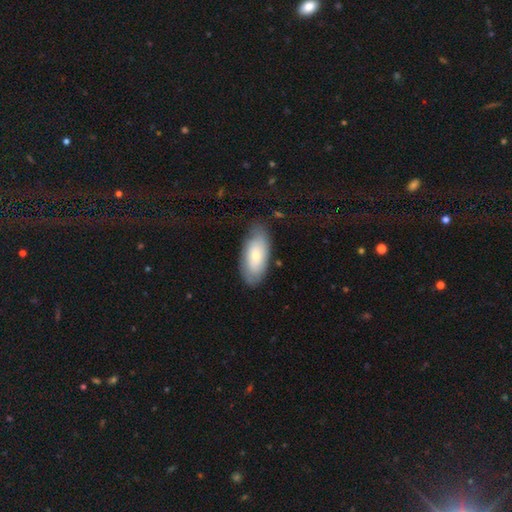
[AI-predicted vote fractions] smooth 64%, featured or disk 30%, star or artifact 6%. Down the decision tree: how rounded — in between (91%); merging — none (75%).